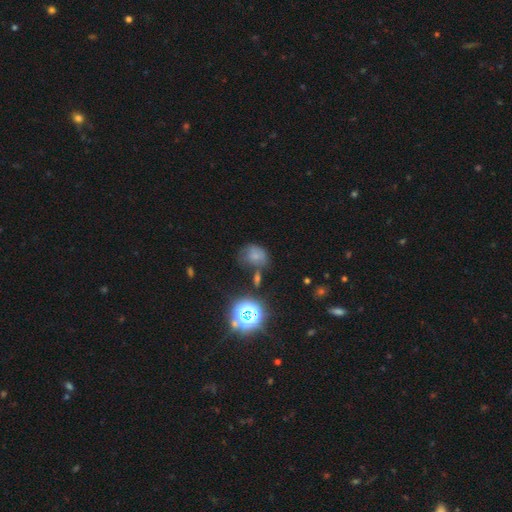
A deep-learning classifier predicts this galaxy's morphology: smooth-or-featured: smooth: 61% | star or artifact: 24% | featured or disk: 14%
  how-rounded: round: 51% | in between: 47% | cigar-shaped: 1%
  merging: none: 47% | minor disturbance: 25% | merger: 15% | major disturbance: 13%